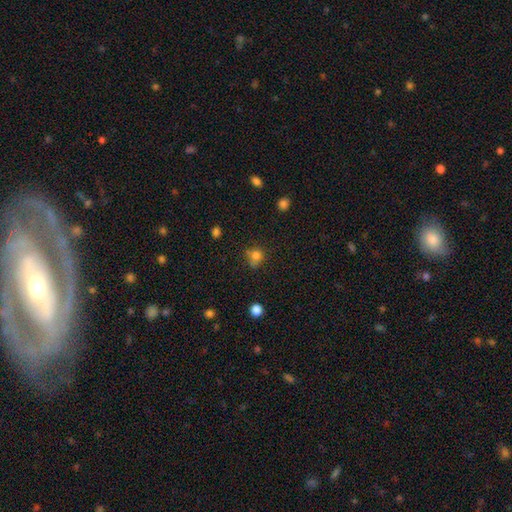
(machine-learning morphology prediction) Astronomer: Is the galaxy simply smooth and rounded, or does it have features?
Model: smooth — 78%.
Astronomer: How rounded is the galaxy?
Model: round — 77%.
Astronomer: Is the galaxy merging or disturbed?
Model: none — 55%.